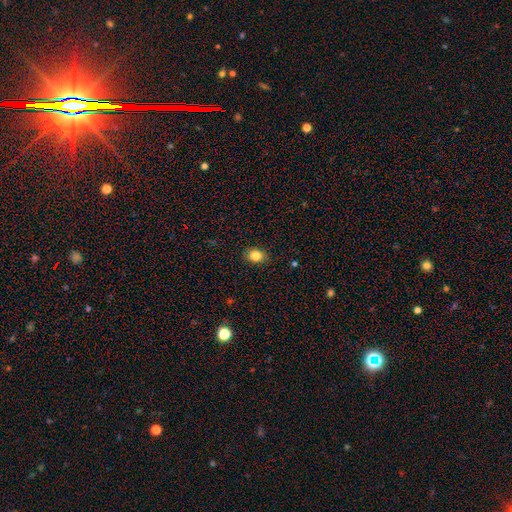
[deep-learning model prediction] This appears to be a smooth galaxy with no disk features (84%) that is in between round and cigar-shaped (63%). Merging: none (86%).